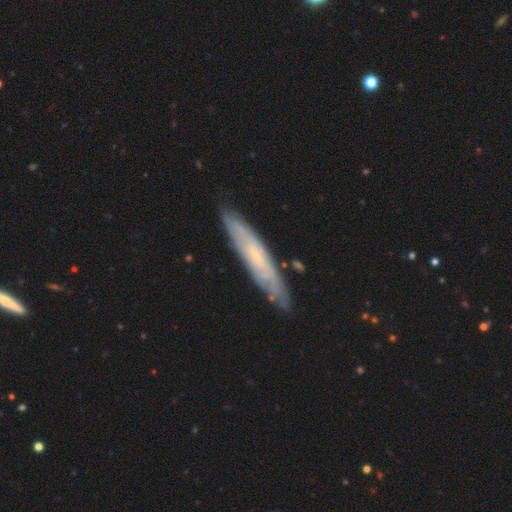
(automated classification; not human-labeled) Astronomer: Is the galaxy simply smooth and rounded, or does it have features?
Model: featured or disk — 57% (runner-up: smooth, 36%).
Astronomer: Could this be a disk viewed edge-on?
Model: yes — 62% (runner-up: no, 38%).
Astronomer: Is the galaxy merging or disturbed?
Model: none — 83%.